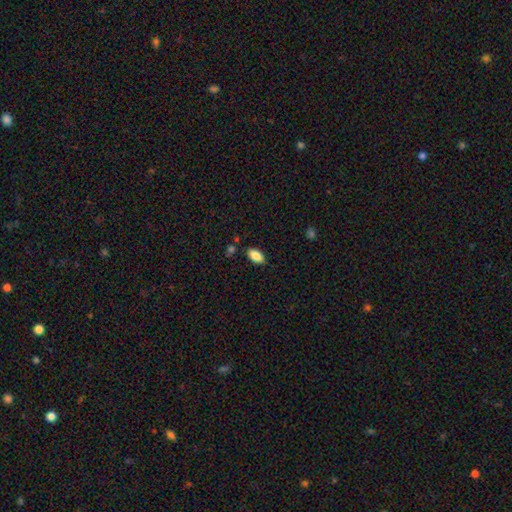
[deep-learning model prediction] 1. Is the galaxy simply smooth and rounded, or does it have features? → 86% smooth, 8% star or artifact, 6% featured or disk.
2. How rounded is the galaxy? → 92% in between, 4% cigar-shaped, 3% round.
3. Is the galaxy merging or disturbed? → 83% none, 11% minor disturbance, 3% merger, 2% major disturbance.